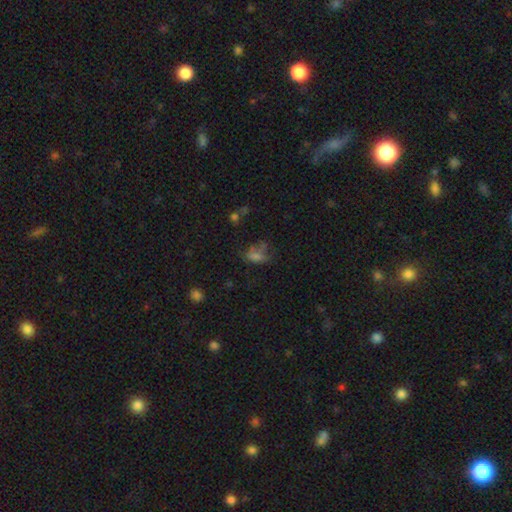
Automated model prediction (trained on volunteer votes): Smooth or featured?
  - smooth: 56% *
  - star or artifact: 24%
  - featured or disk: 20%
How rounded?
  - in between: 75% *
  - round: 20%
  - cigar-shaped: 6%
Merging?
  - none: 41% *
  - major disturbance: 25%
  - minor disturbance: 21%
  - merger: 14%